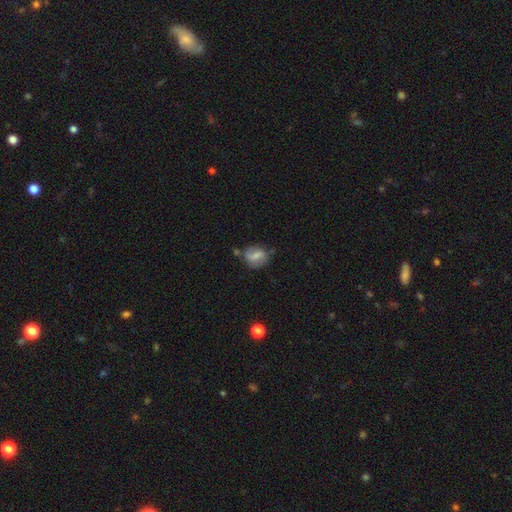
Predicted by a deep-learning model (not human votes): This appears to be a smooth galaxy with no disk features (50%) that is round (50%). Merging: none (60%).